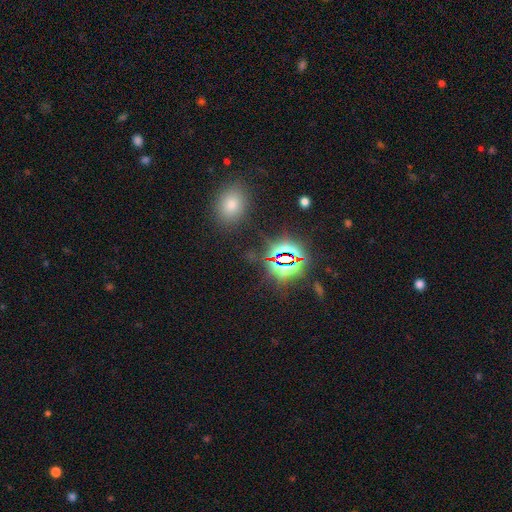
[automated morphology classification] This appears to be a star or artifact, not a galaxy (65%).